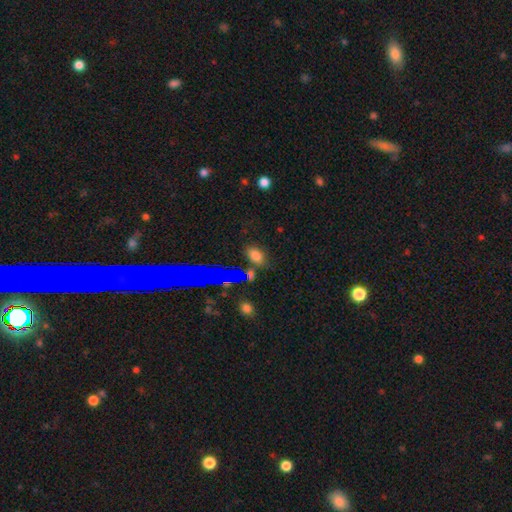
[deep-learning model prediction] Overall: smooth (71%). How rounded: in between (84%). Merging: none (72%).